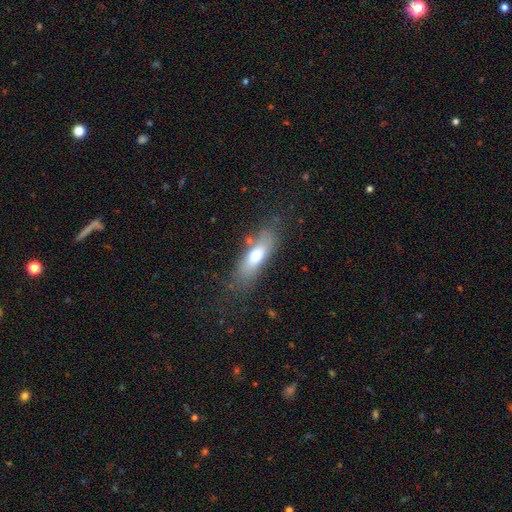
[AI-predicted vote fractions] A smooth galaxy with no disk features (65%) that is in between round and cigar-shaped (60%). Merging: none (72%).